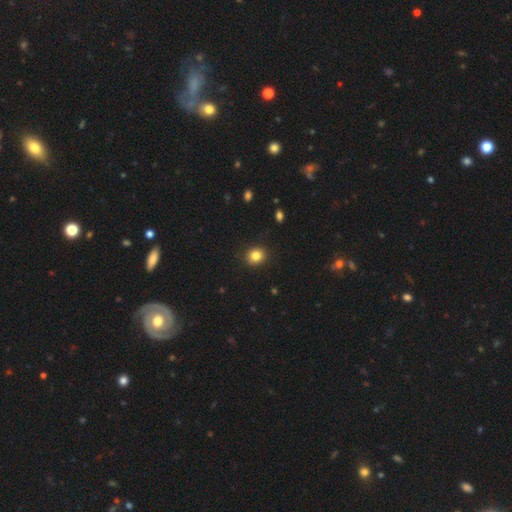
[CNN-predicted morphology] type=smooth (83%); roundness=round (77%); merging=none (90%).